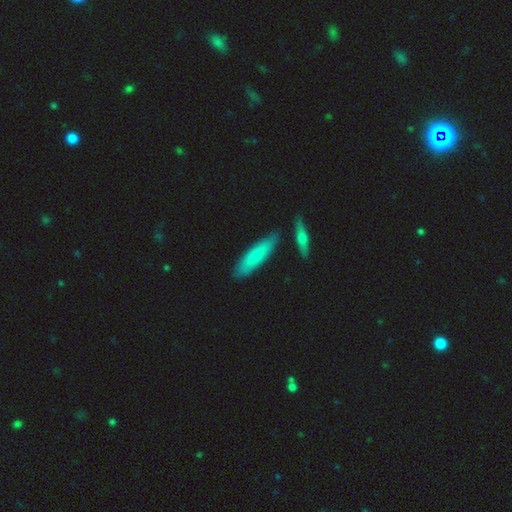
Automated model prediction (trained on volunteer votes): Smooth or featured? smooth (76%)
How rounded? cigar-shaped (65%)
Merging? none (83%)